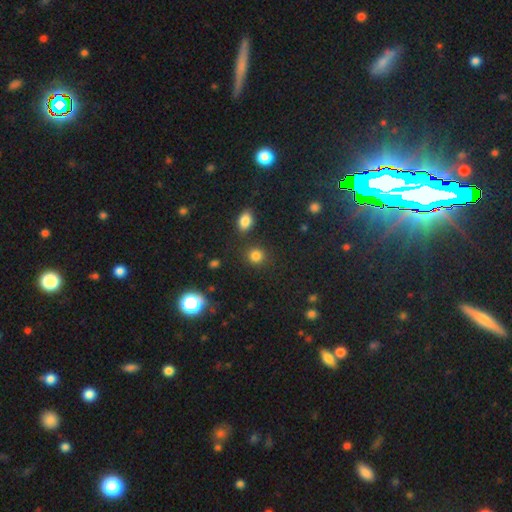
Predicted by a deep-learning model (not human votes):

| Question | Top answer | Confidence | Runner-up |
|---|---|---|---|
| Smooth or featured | smooth | 82% | star or artifact (14%) |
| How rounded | round | 85% | in between (14%) |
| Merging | none | 83% | minor disturbance (8%) |